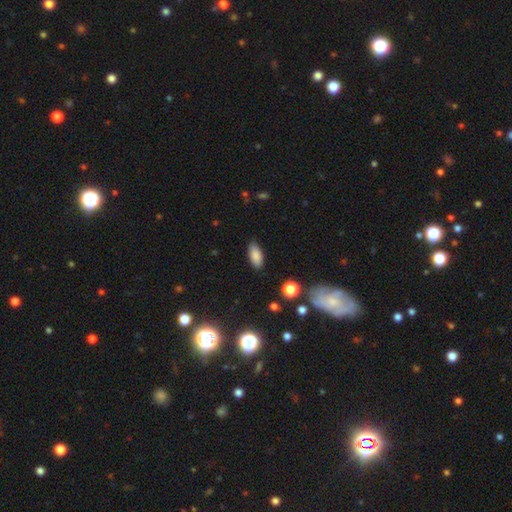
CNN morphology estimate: This is clearly a smooth galaxy (86%). How rounded: clearly in between (88%). Merging: clearly none (85%).